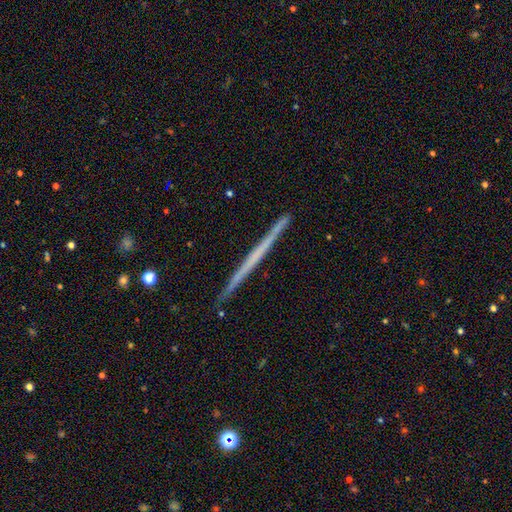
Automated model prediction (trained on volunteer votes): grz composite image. It shows a featured or disk galaxy (62%) viewed edge-on (98%) with no central bulge (91%). Merging: none (92%).